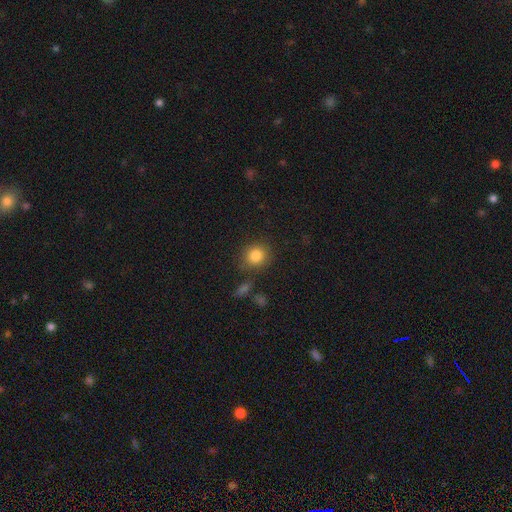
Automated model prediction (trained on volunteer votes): Morphology: type=smooth (83%); roundness=round (84%); merging=none (79%).